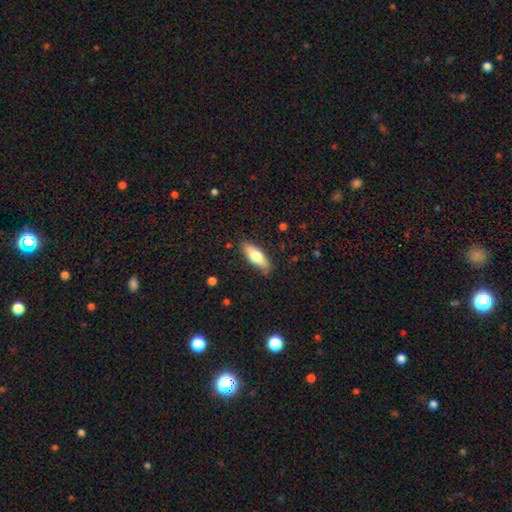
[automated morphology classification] smooth 67%, featured or disk 27%, star or artifact 6%. Down the decision tree: how rounded — in between (57%); merging — none (84%).